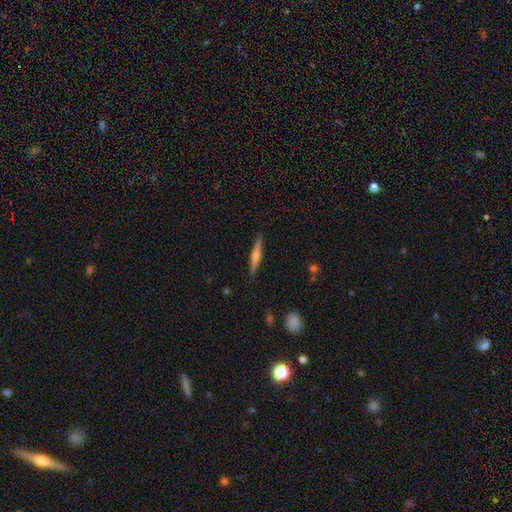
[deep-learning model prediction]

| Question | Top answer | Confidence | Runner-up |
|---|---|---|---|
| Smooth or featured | featured or disk | 65% | smooth (29%) |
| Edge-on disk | yes | 98% | no (2%) |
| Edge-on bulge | rounded | 78% | boxy (12%) |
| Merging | none | 90% | minor disturbance (7%) |